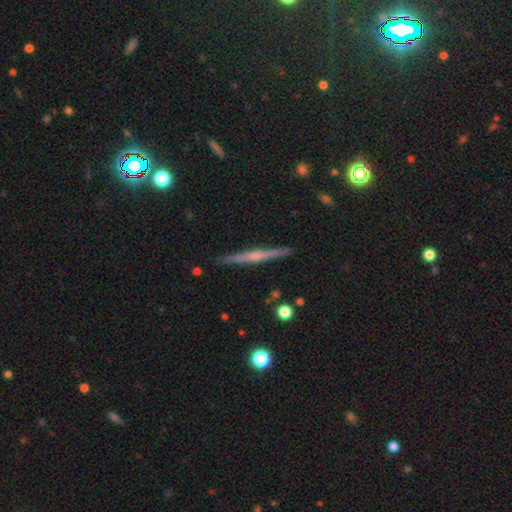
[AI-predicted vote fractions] Overall: featured or disk (68%). Edge-on disk: yes (98%). Edge-on bulge: rounded (50%; none 38%). Merging: none (91%).